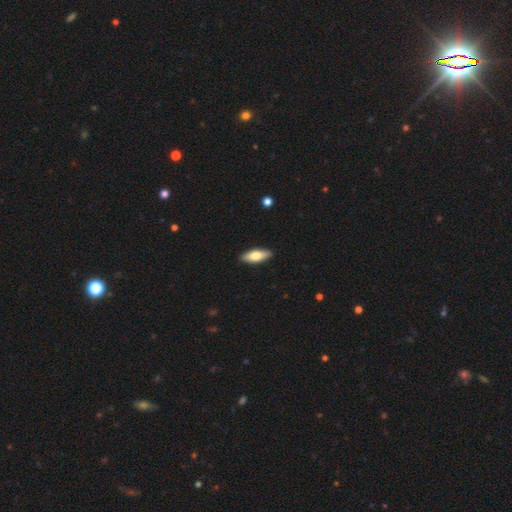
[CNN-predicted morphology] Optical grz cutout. It shows a smooth galaxy with no disk features (70%) that is in between round and cigar-shaped (66%). Merging: none (89%).